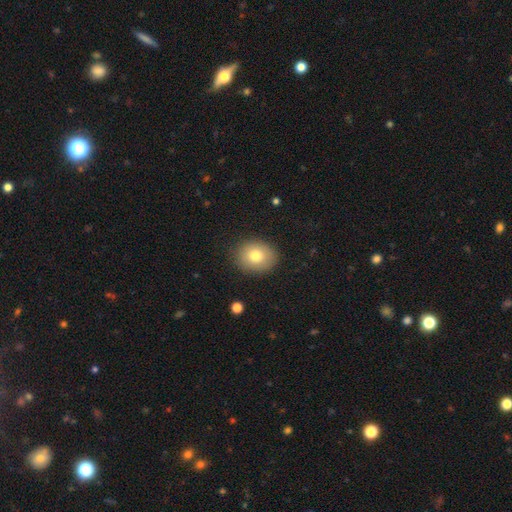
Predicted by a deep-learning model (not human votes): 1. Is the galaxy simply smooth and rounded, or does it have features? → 78% smooth, 13% featured or disk, 10% star or artifact.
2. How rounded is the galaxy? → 57% round, 42% in between, 1% cigar-shaped.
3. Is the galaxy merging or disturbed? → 87% none, 9% minor disturbance, 3% major disturbance, 1% merger.